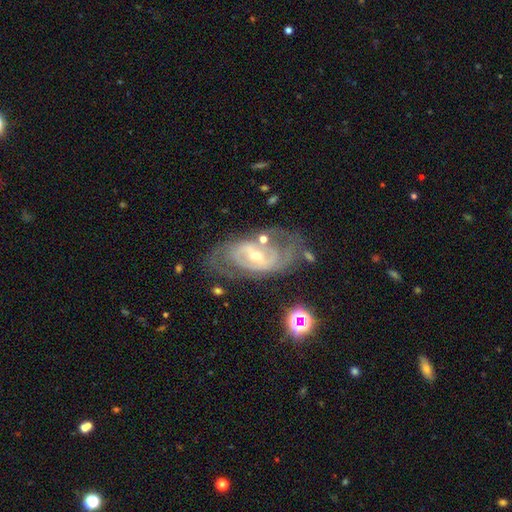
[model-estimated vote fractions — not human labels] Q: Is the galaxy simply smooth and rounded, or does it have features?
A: featured or disk — 85%.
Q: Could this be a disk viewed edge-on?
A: no — 95%.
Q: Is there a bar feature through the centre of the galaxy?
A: weak — 45%.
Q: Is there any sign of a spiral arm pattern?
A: yes — 89%.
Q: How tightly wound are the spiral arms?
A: tight — 50%.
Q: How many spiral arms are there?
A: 2 — 56%.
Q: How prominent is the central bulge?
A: small — 53%.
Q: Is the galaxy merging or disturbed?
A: none — 63%.